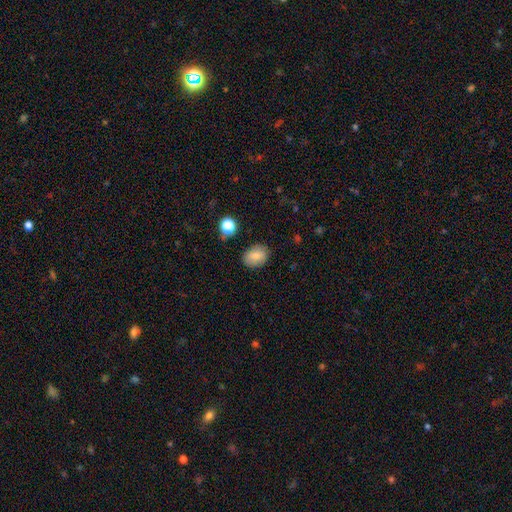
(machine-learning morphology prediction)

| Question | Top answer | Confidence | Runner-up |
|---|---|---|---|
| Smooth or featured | smooth | 80% | featured or disk (11%) |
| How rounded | in between | 62% | round (37%) |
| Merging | none | 82% | minor disturbance (13%) |